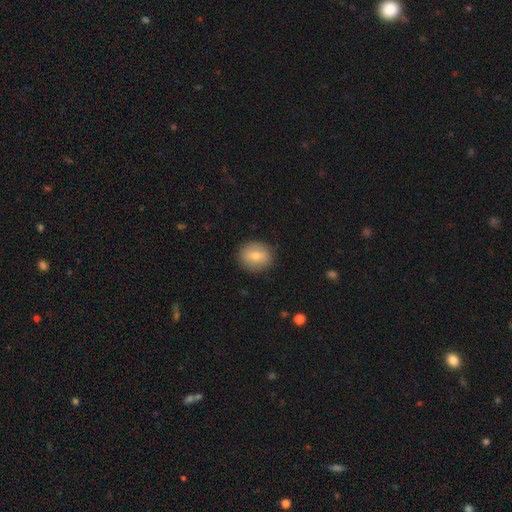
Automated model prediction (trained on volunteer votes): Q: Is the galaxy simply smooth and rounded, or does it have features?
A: smooth — 70%.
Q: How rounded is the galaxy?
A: round — 66%.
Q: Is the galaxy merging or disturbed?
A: none — 87%.